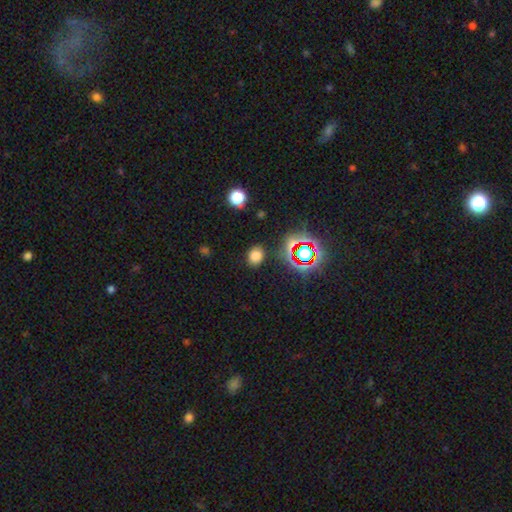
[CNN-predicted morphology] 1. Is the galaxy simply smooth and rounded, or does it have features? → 73% smooth, 22% star or artifact, 6% featured or disk.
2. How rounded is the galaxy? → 55% round, 43% in between, 1% cigar-shaped.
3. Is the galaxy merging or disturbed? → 85% none, 10% minor disturbance, 3% major disturbance, 2% merger.